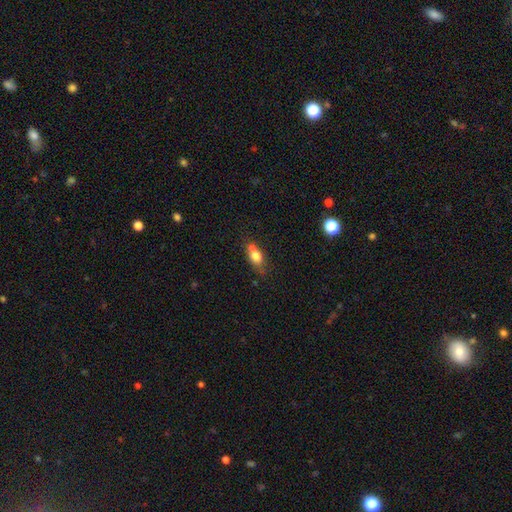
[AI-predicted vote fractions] Morphology: type=smooth (74%); roundness=in between (66%); merging=none (44%).